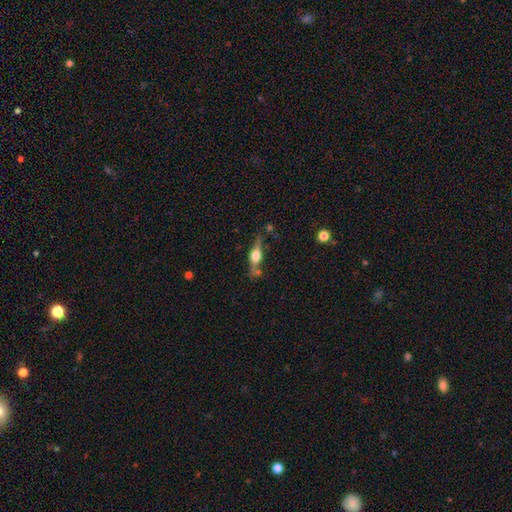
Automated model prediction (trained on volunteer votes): A featured or disk galaxy (71%) viewed edge-on (95%) with a rounded central bulge (94%). Merging: none (73%).